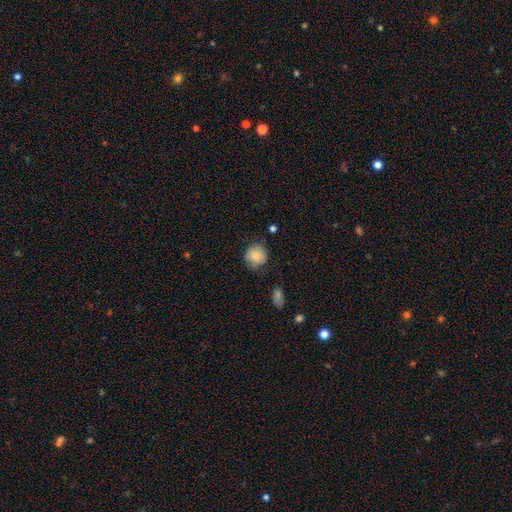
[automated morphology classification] type=smooth (85%); roundness=round (87%); merging=none (75%).